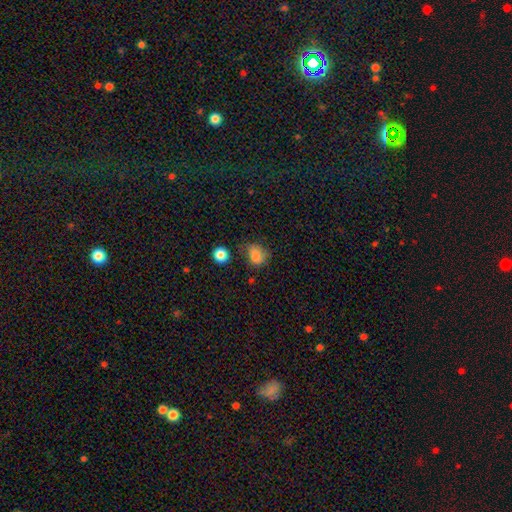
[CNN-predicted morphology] The model was most divided on "how rounded": round: 55%, in between: 44%, cigar-shaped: 1%. More confident: smooth or featured — smooth (82%); merging — none (55%).